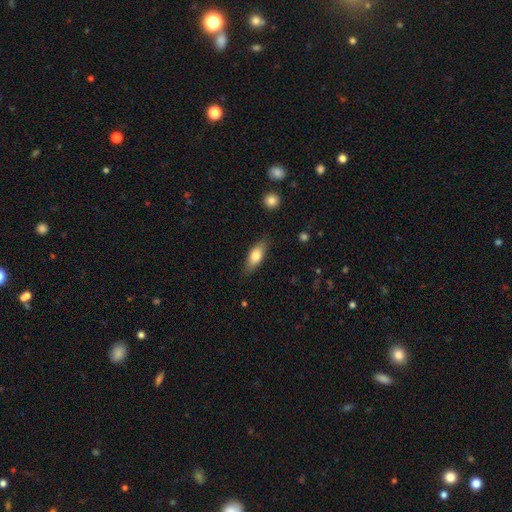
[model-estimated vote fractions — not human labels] Morphology: type=smooth (74%); roundness=in between (73%); merging=none (82%).